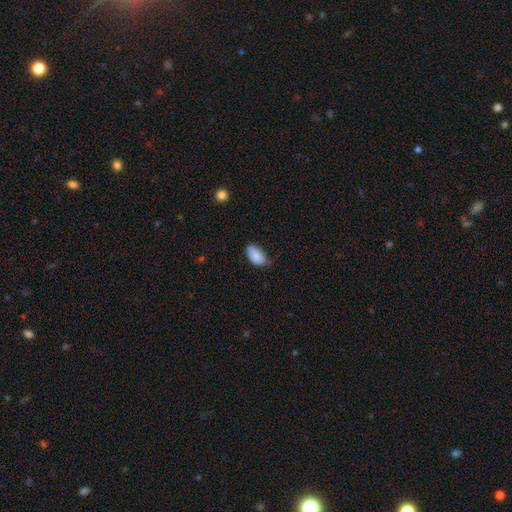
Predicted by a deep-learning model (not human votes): Smooth or featured? smooth (86%)
How rounded? in between (94%)
Merging? none (58%)